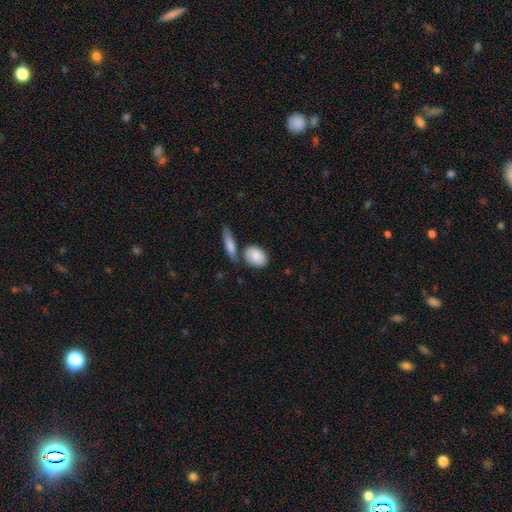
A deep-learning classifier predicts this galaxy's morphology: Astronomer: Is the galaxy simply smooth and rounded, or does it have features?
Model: smooth — 82%.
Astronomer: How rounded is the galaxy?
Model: in between — 74%.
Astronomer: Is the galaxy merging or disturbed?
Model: none — 58%.